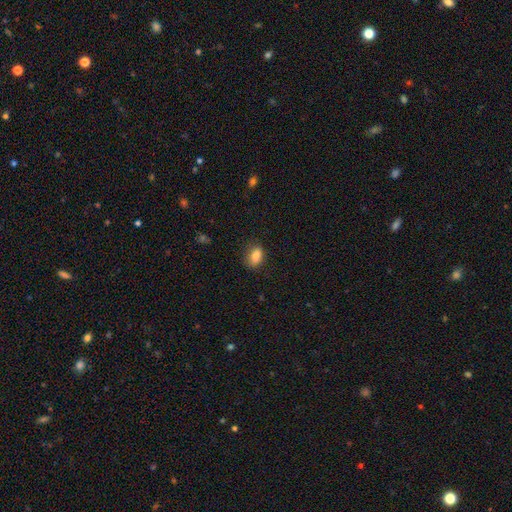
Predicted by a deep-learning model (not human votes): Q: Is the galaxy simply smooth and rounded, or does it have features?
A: smooth — 86%.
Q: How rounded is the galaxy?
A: in between — 85%.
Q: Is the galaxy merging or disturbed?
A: none — 76%.